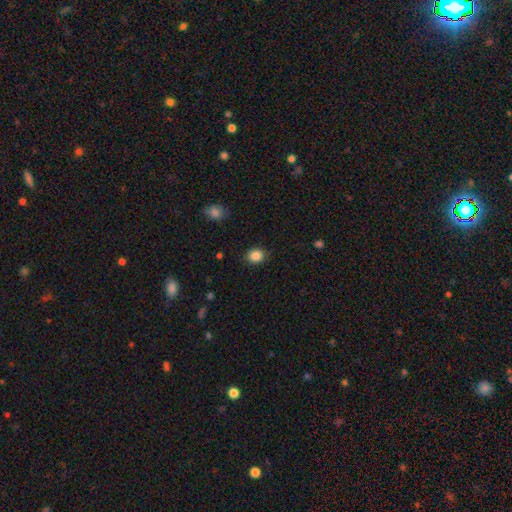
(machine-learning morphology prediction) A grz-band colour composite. It shows a smooth galaxy with no disk features (86%) that is round (66%). Merging: none (87%).